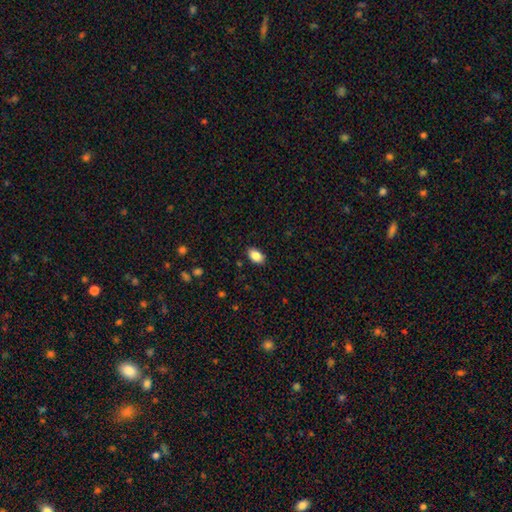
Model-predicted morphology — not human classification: A smooth galaxy with no disk features (87%) that is in between round and cigar-shaped (90%).

Vote fractions:
- Smooth or featured? smooth: 87% / star or artifact: 8% / featured or disk: 5%
- How rounded? in between: 90% / round: 9% / cigar-shaped: 1%
- Merging? none: 87% / minor disturbance: 9% / major disturbance: 2% / merger: 1%